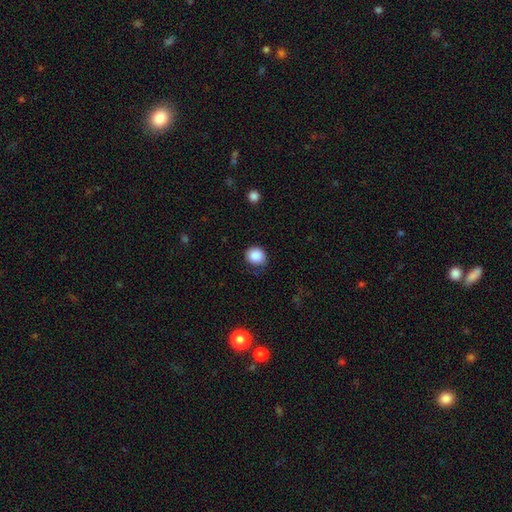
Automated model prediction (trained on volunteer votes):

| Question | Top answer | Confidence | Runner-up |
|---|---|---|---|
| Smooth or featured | smooth | 87% | star or artifact (9%) |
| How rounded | round | 81% | in between (18%) |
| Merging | none | 71% | minor disturbance (22%) |